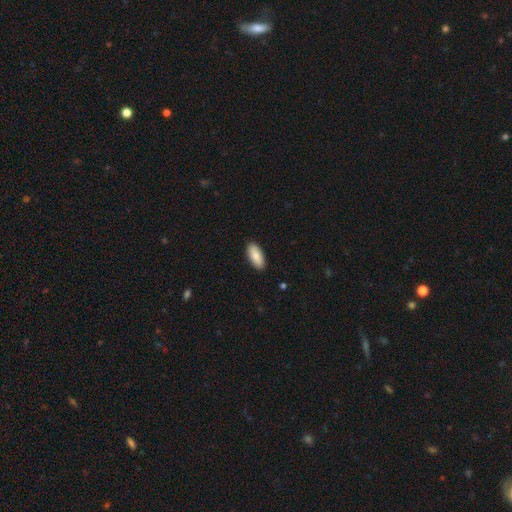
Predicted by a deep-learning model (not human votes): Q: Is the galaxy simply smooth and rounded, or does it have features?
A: smooth — 87%.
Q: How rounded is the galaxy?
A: in between — 87%.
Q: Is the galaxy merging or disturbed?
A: none — 90%.